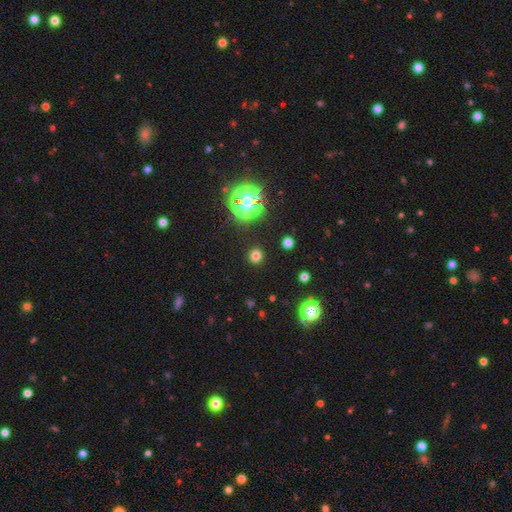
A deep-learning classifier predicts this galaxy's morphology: This is likely a smooth galaxy (72%). How rounded: clearly round (88%). Merging: clearly none (90%).